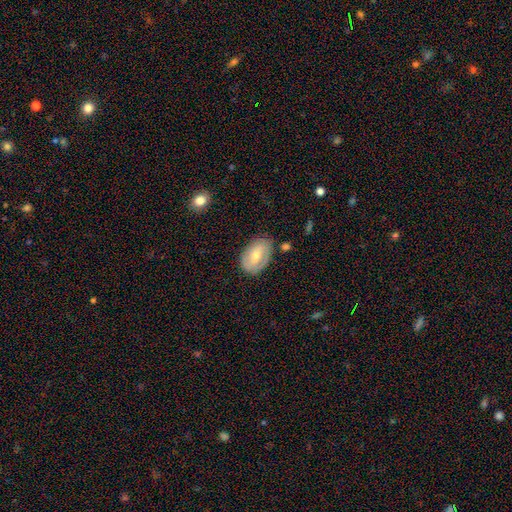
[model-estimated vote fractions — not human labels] A smooth galaxy with no disk features (54%) that is in between round and cigar-shaped (86%).

Vote fractions:
- Smooth or featured? smooth: 54% / featured or disk: 40% / star or artifact: 7%
- How rounded? in between: 86% / round: 13% / cigar-shaped: 1%
- Merging? none: 74% / minor disturbance: 18% / major disturbance: 5% / merger: 3%